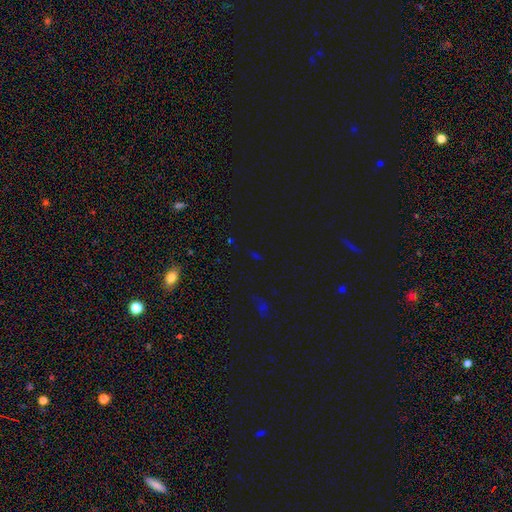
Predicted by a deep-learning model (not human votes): Q: Smooth or featured?
A: star or artifact (69%); runner-up: smooth (23%)